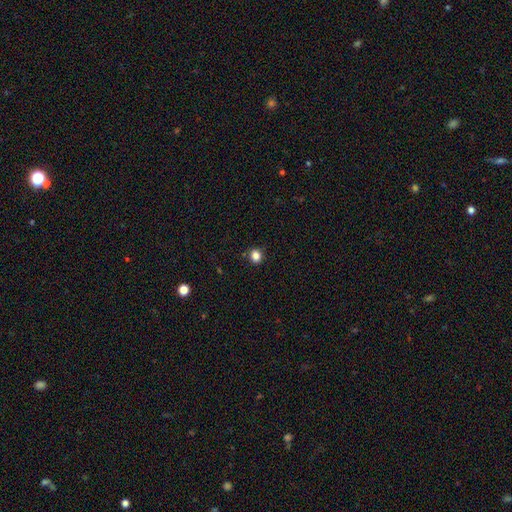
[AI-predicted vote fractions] Overall: smooth (84%). How rounded: round (73%). Merging: none (87%).